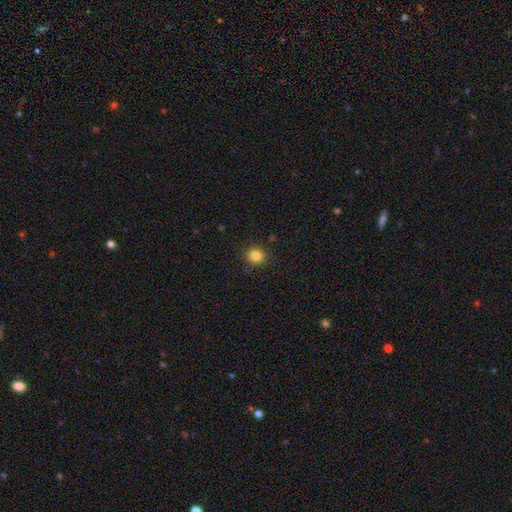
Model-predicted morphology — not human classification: A smooth galaxy with no disk features (84%) that is round (91%). Merging: none (90%).